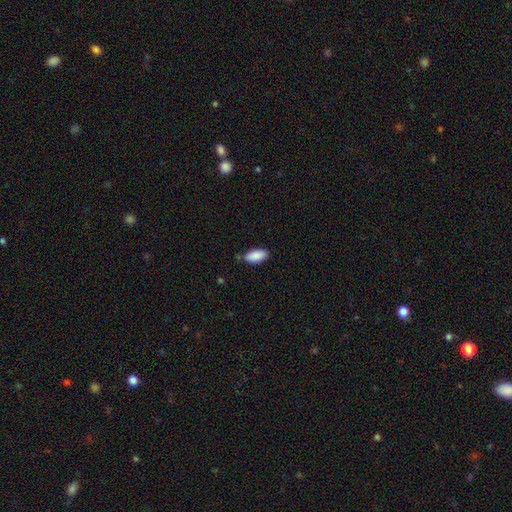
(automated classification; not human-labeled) Smooth or featured? smooth (90%)
How rounded? in between (93%)
Merging? none (76%)